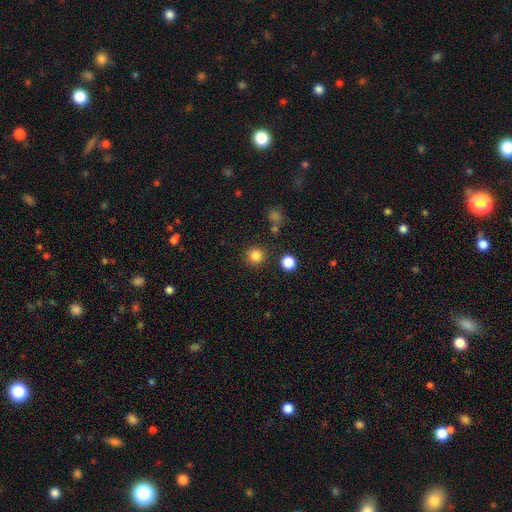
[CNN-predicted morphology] A smooth galaxy with no disk features (83%) that is round (94%). Merging: none (87%).